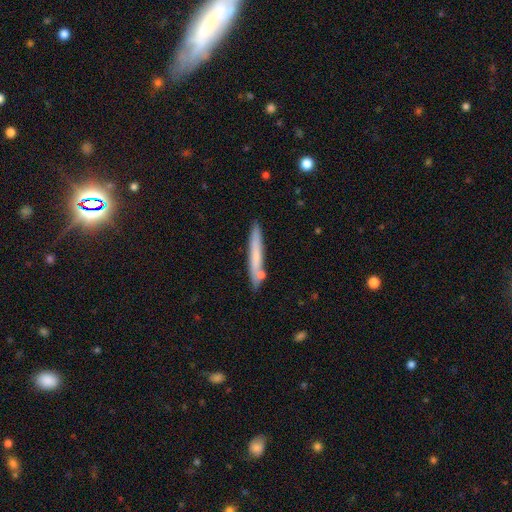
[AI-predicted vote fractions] This appears to be a smooth galaxy with no disk features (65%) that is cigar-shaped (96%). Merging: none (80%).